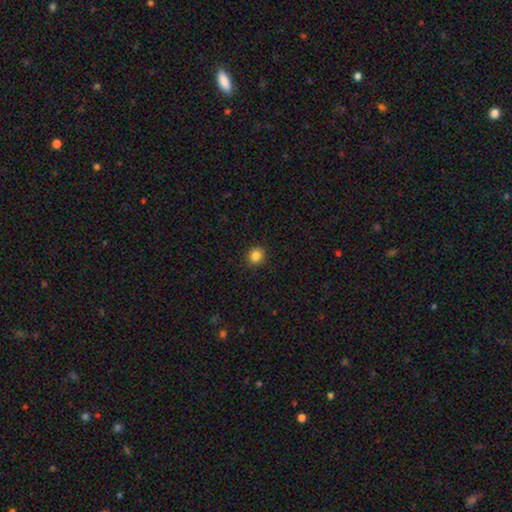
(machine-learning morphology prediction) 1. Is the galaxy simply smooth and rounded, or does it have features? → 85% smooth, 11% star or artifact, 4% featured or disk.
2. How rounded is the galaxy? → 89% round, 10% in between, 1% cigar-shaped.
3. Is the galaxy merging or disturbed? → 92% none, 5% minor disturbance, 2% major disturbance, 1% merger.